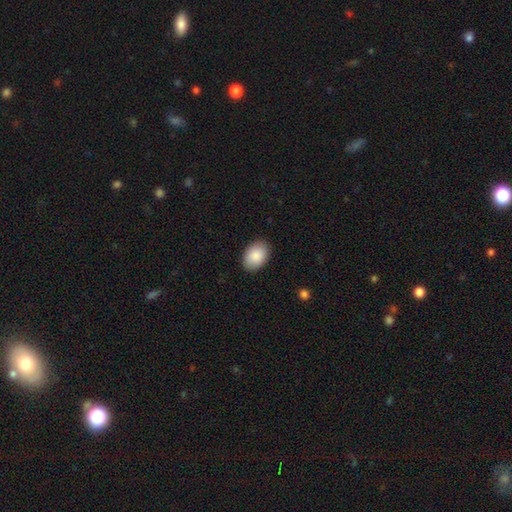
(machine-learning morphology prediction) A smooth galaxy with no disk features (88%) that is in between round and cigar-shaped (85%).

Vote fractions:
- Smooth or featured? smooth: 88% / star or artifact: 6% / featured or disk: 6%
- How rounded? in between: 85% / round: 14% / cigar-shaped: 1%
- Merging? none: 88% / minor disturbance: 9% / major disturbance: 2% / merger: 1%